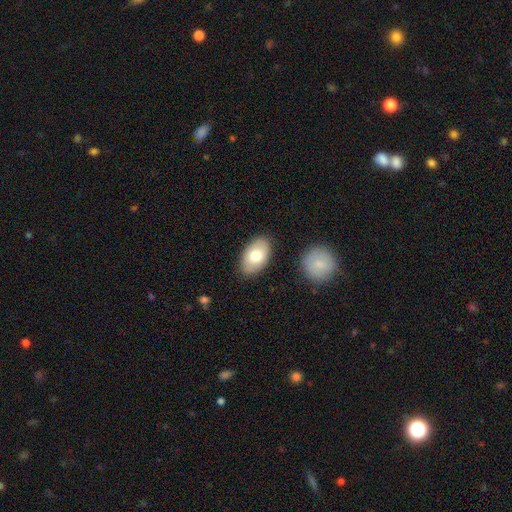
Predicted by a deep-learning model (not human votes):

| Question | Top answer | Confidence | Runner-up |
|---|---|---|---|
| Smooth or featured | smooth | 74% | featured or disk (20%) |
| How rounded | in between | 92% | round (7%) |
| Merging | none | 85% | minor disturbance (10%) |